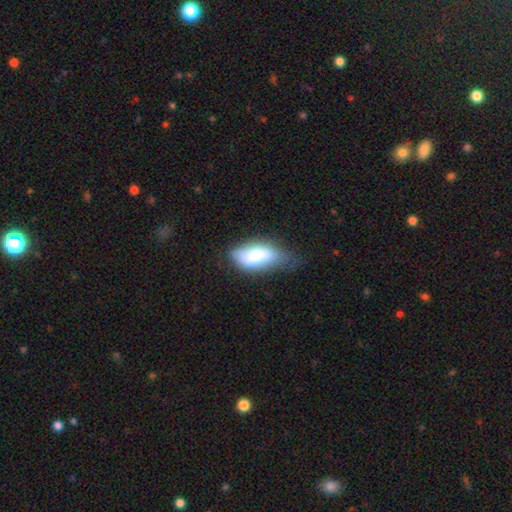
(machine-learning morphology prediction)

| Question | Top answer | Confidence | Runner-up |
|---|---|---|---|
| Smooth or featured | smooth | 74% | featured or disk (19%) |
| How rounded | in between | 87% | cigar-shaped (10%) |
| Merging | minor disturbance | 41% | none (40%) |